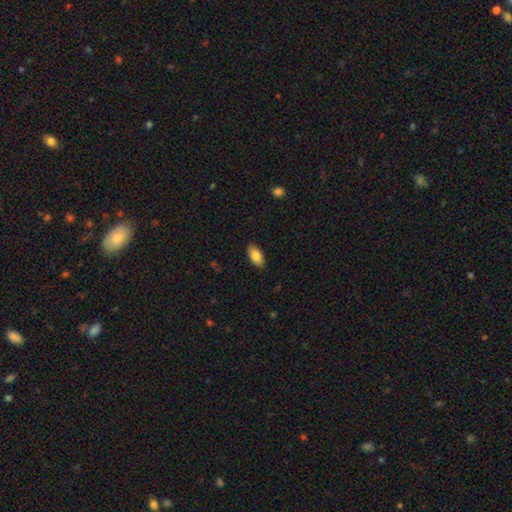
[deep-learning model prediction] smooth_or_featured: smooth (p=0.85) [alt: featured or disk p=0.08]
how_rounded: in between (p=0.92) [alt: cigar-shaped p=0.05]
merging: none (p=0.87) [alt: minor disturbance p=0.10]